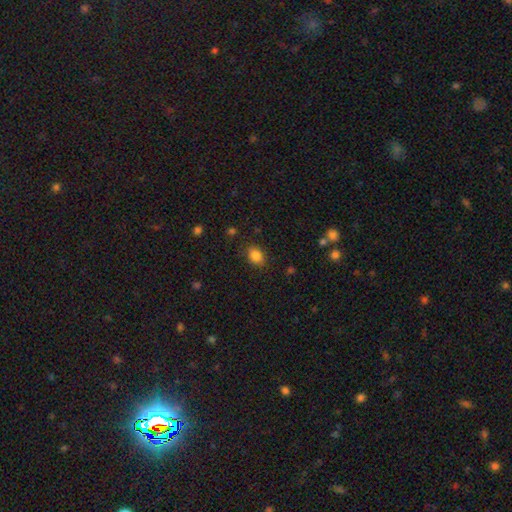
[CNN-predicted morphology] smooth_or_featured: smooth (p=0.84) [alt: star or artifact p=0.10]
how_rounded: in between (p=0.63) [alt: round p=0.36]
merging: none (p=0.84) [alt: minor disturbance p=0.11]